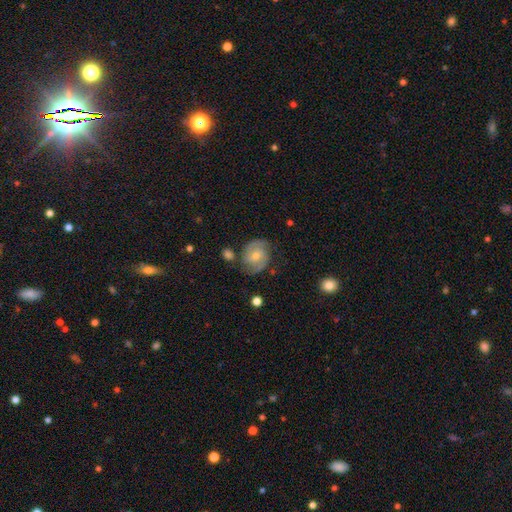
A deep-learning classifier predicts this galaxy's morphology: Q: Smooth or featured?
A: featured or disk (74%); runner-up: smooth (19%)
Q: Edge-on disk?
A: no (97%); runner-up: yes (3%)
Q: Bar?
A: no (54%); runner-up: weak (38%)
Q: Spiral arms?
A: yes (93%); runner-up: no (7%)
Q: Spiral winding?
A: medium (49%); runner-up: tight (35%)
Q: Spiral arm count?
A: 2 (86%); runner-up: can't tell (7%)
Q: Bulge size?
A: small (50%); runner-up: moderate (45%)
Q: Merging?
A: none (71%); runner-up: minor disturbance (18%)